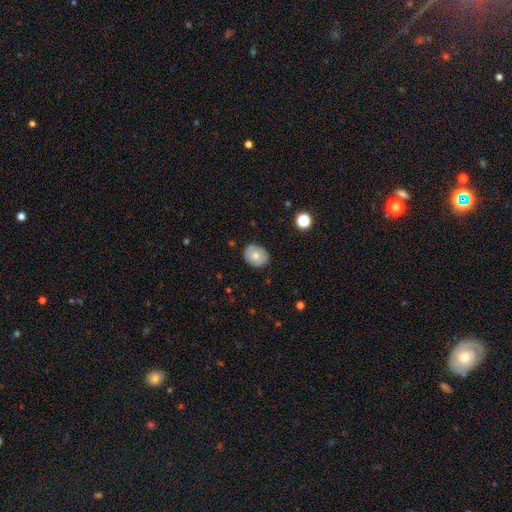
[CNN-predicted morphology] This is likely a smooth galaxy (71%). How rounded: possibly round (50%). Merging: clearly none (83%).